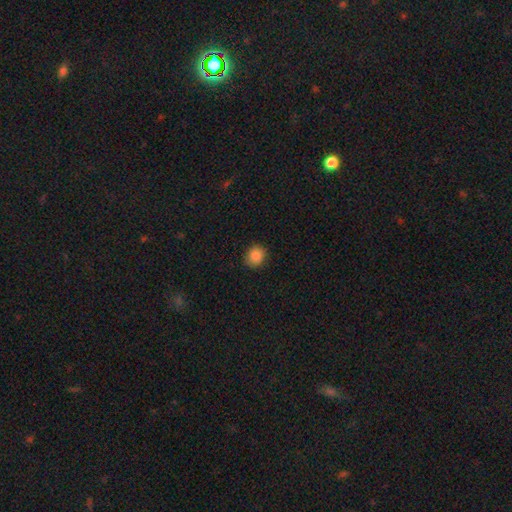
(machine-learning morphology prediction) smooth 86%, star or artifact 10%, featured or disk 4%. Down the decision tree: how rounded — round (73%); merging — none (88%).